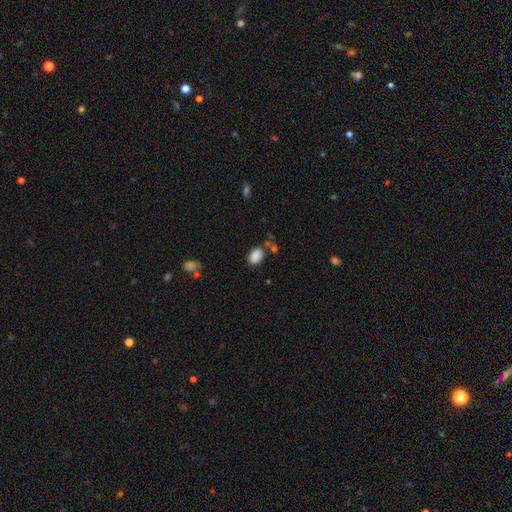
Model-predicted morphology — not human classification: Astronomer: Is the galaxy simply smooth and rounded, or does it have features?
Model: smooth — 87%.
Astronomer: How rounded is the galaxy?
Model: in between — 82%.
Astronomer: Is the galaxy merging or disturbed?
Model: none — 72%.